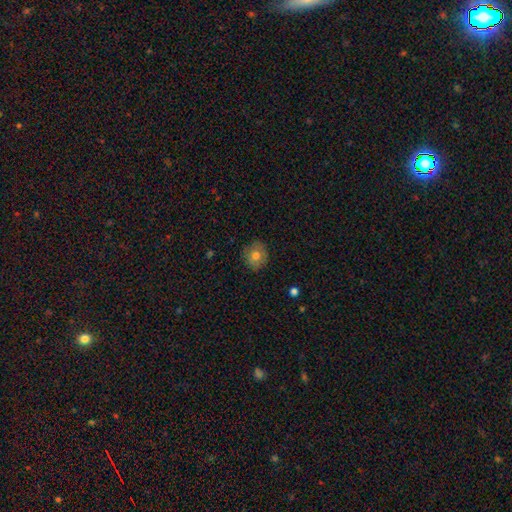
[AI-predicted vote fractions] smooth_or_featured: smooth (p=0.75) [alt: featured or disk p=0.16]
how_rounded: round (p=0.82) [alt: in between p=0.18]
merging: none (p=0.86) [alt: minor disturbance p=0.11]